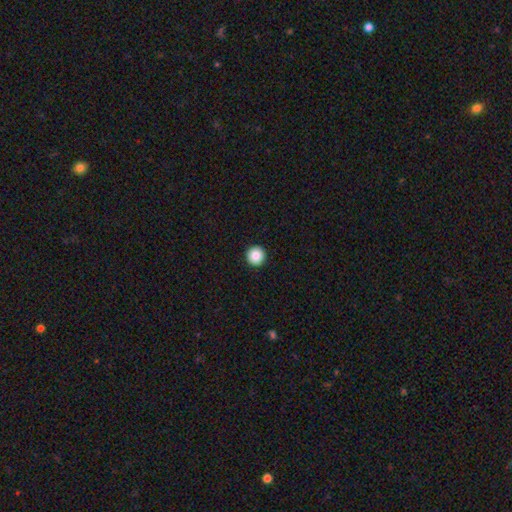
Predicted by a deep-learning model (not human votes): This is clearly a smooth galaxy (87%). How rounded: clearly round (96%). Merging: clearly none (94%).